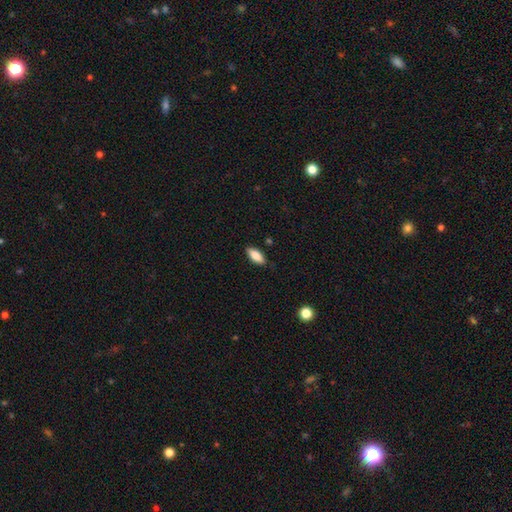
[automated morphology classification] This is clearly a smooth galaxy (84%). How rounded: clearly in between (80%). Merging: clearly none (85%).